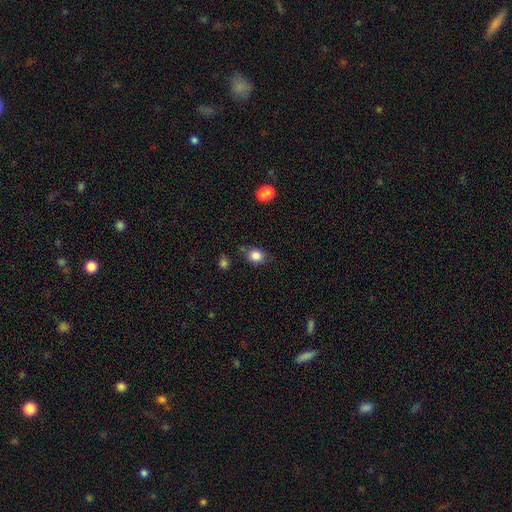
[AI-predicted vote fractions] smooth 84%, star or artifact 10%, featured or disk 7%. Down the decision tree: how rounded — round (59%); merging — none (72%).